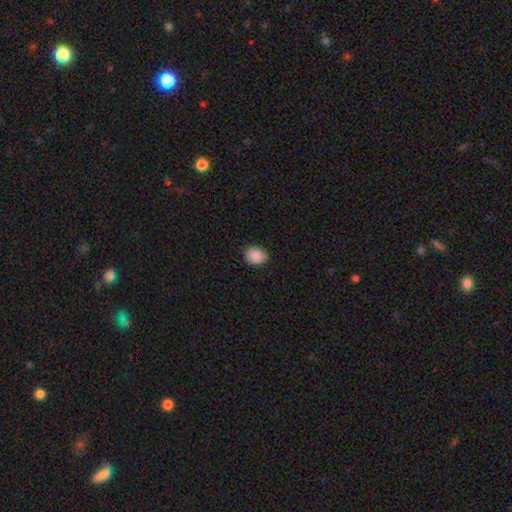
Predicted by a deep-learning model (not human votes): This is clearly a smooth galaxy (88%). How rounded: possibly round (55%). Merging: clearly none (80%).